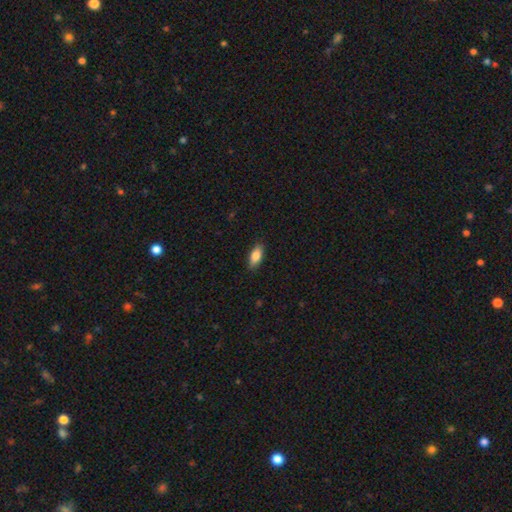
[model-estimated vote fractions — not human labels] Q: Smooth or featured?
A: smooth (84%); runner-up: featured or disk (9%)
Q: How rounded?
A: in between (84%); runner-up: cigar-shaped (14%)
Q: Merging?
A: none (87%); runner-up: minor disturbance (10%)